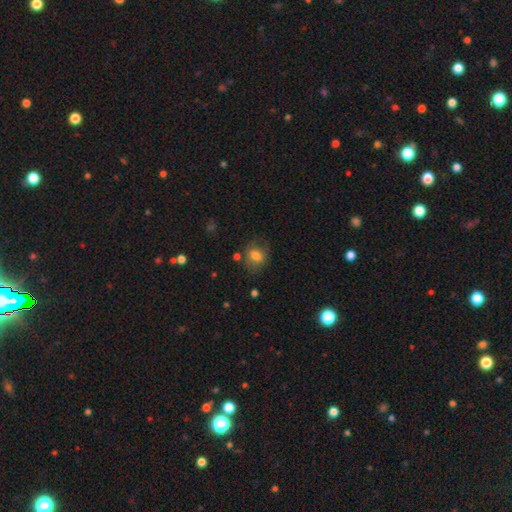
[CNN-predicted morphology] A smooth galaxy with no disk features (74%) that is round (53%).

Vote fractions:
- Smooth or featured? smooth: 74% / featured or disk: 16% / star or artifact: 10%
- How rounded? round: 53% / in between: 46% / cigar-shaped: 1%
- Merging? none: 67% / minor disturbance: 20% / major disturbance: 9% / merger: 4%